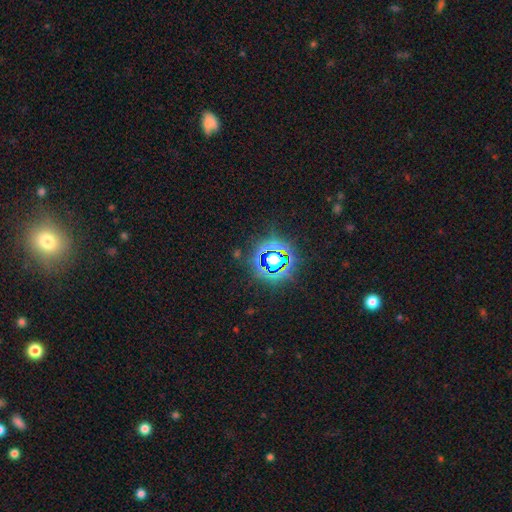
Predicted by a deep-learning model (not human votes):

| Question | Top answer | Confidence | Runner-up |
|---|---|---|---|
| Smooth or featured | star or artifact | 81% | smooth (13%) |